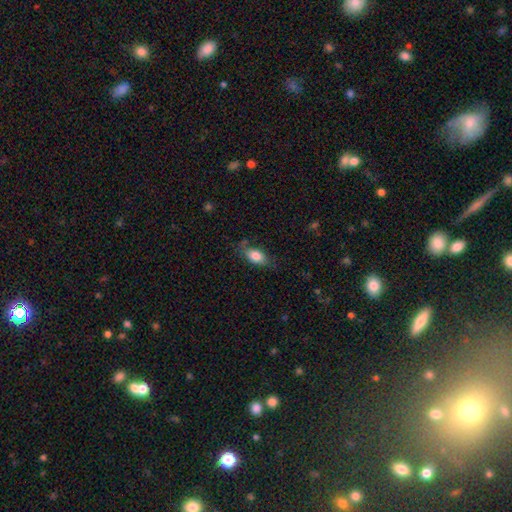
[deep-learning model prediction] This is clearly a smooth galaxy (81%). How rounded: clearly in between (88%). Merging: likely none (70%).